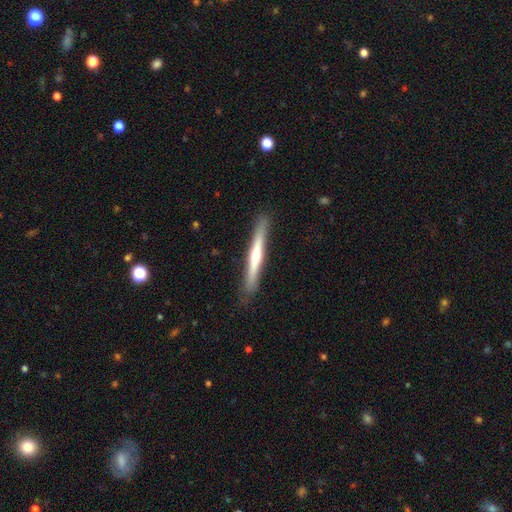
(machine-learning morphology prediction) type=featured or disk (60%); edge-on=yes (97%); edge-on bulge=rounded (74%); merging=none (88%).